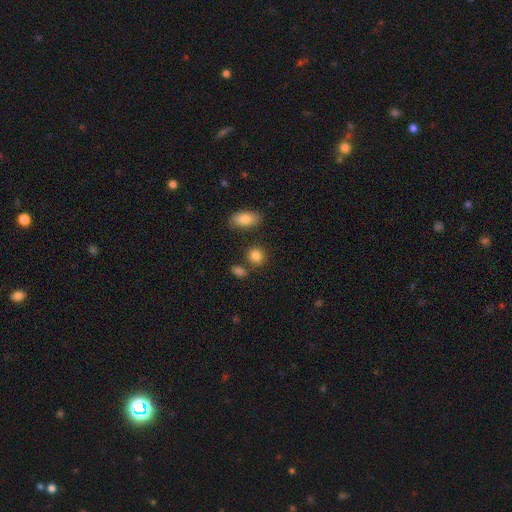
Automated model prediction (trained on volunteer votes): Smooth or featured? smooth (85%)
How rounded? round (74%)
Merging? none (74%)